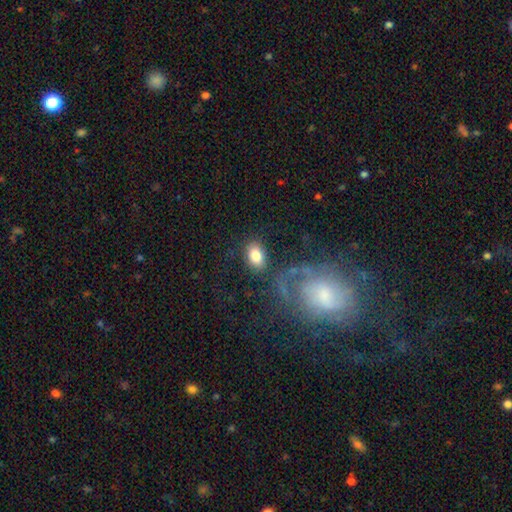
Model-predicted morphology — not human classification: Smooth or featured? smooth (83%)
How rounded? in between (81%)
Merging? none (78%)